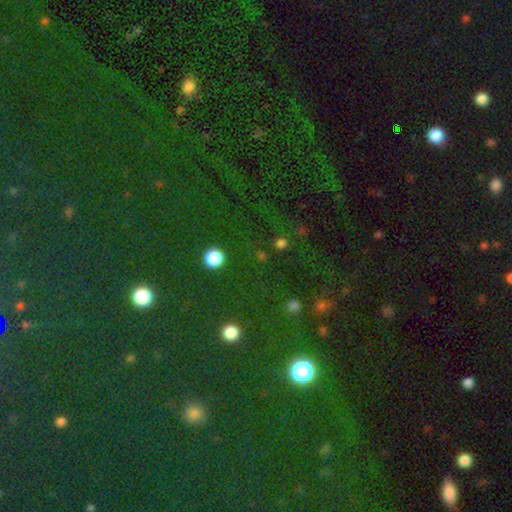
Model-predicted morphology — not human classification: Smooth or featured? star or artifact (72%)